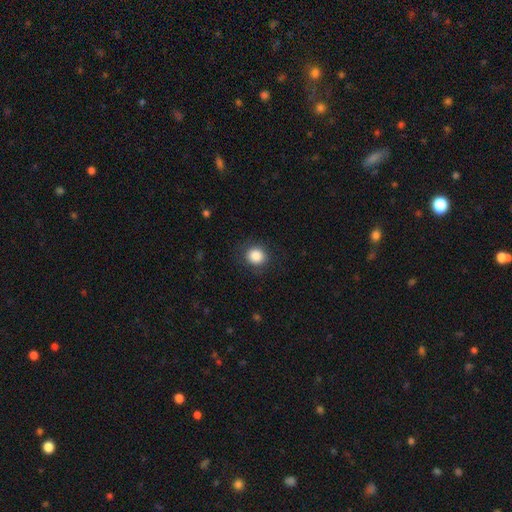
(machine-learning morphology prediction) This is clearly a smooth galaxy (86%). How rounded: clearly round (86%). Merging: clearly none (86%).